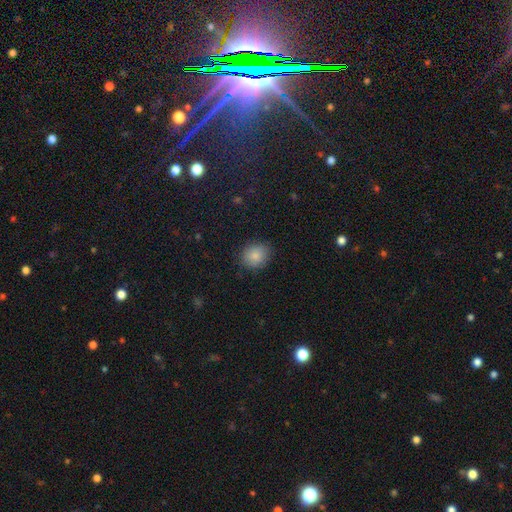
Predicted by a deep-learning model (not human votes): Smooth or featured: smooth — 86% (star or artifact — 9%)
How rounded: round — 66% (in between — 33%)
Merging: none — 85% (minor disturbance — 11%)